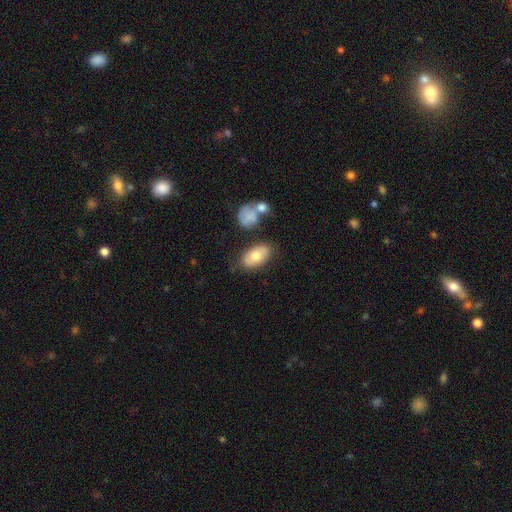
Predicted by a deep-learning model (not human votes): This appears to be a smooth galaxy with no disk features (73%) that is in between round and cigar-shaped (92%). Merging: none (73%).